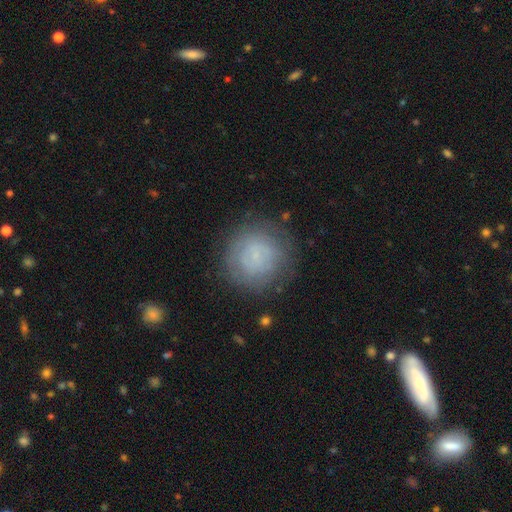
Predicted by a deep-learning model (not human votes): smooth-or-featured: smooth: 56% | featured or disk: 34% | star or artifact: 10%
  how-rounded: round: 92% | in between: 7% | cigar-shaped: 1%
  merging: none: 78% | minor disturbance: 13% | major disturbance: 7% | merger: 2%